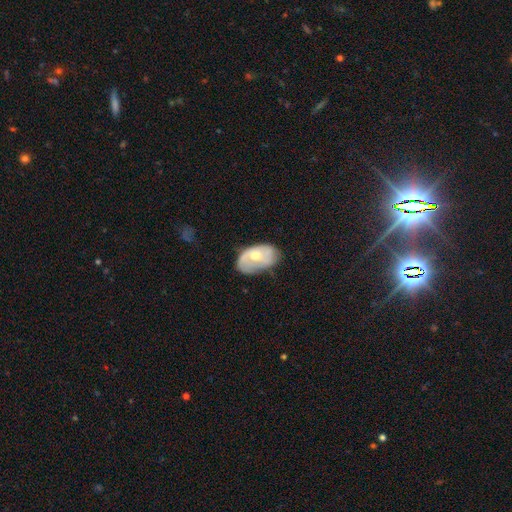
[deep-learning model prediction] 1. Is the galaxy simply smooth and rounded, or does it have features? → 49% featured or disk, 45% smooth, 6% star or artifact.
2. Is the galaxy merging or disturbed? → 43% none, 35% minor disturbance, 19% major disturbance, 3% merger.